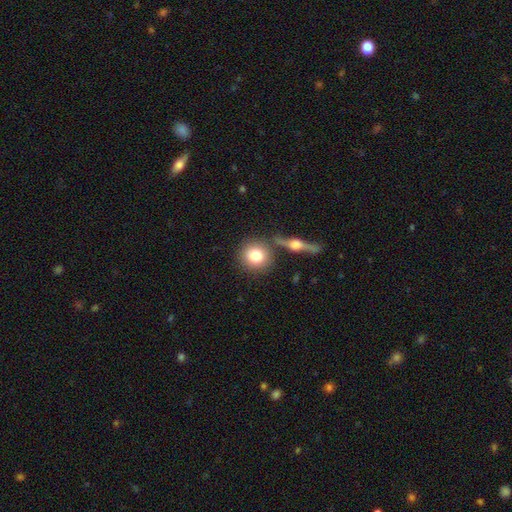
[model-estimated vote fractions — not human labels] Overall: smooth (78%). How rounded: round (89%). Merging: none (74%).